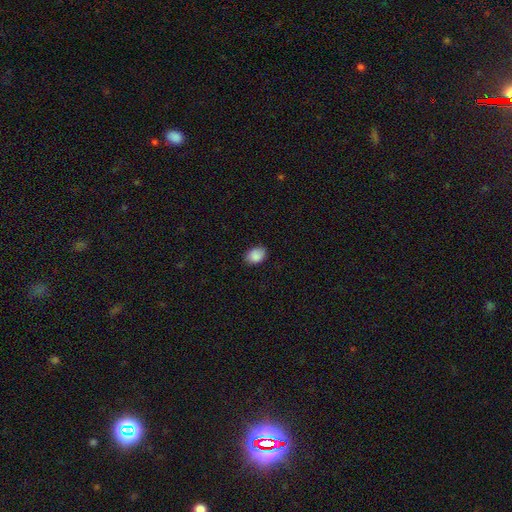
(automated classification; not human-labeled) Overall: smooth (88%). How rounded: in between (76%). Merging: none (81%).